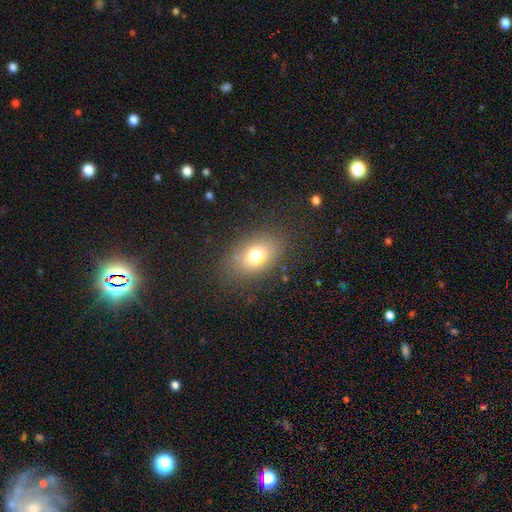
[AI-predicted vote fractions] Smooth or featured?
  - smooth: 73% *
  - featured or disk: 14%
  - star or artifact: 13%
How rounded?
  - in between: 74% *
  - round: 24%
  - cigar-shaped: 1%
Merging?
  - none: 81% *
  - minor disturbance: 12%
  - major disturbance: 6%
  - merger: 1%